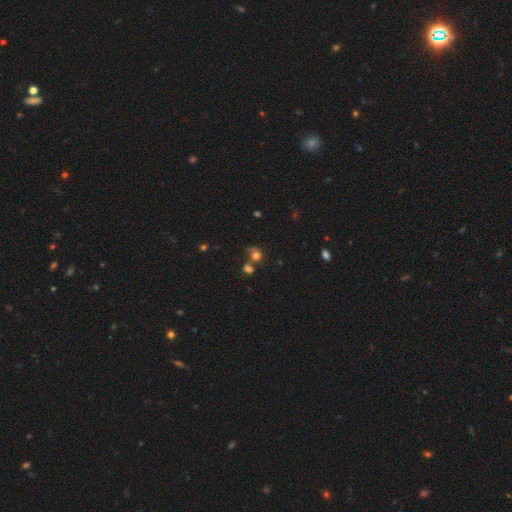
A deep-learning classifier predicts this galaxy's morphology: This appears to be a smooth galaxy with no disk features (66%) that is round (80%). Merging: none (43%).